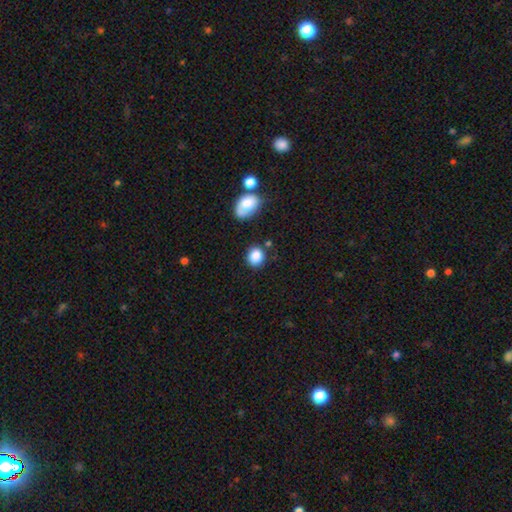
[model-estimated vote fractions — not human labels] Overall: smooth (86%). How rounded: round (63%; in between 36%). Merging: none (78%).